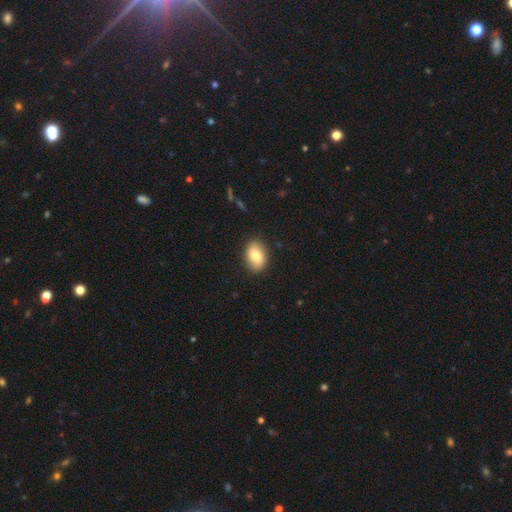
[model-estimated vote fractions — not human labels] Morphology: type=smooth (79%); roundness=in between (82%); merging=none (87%).